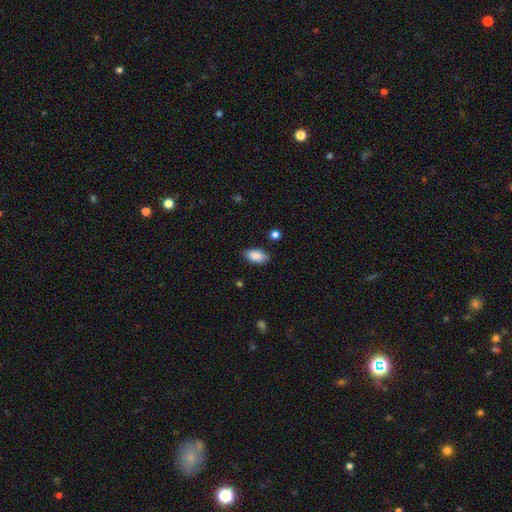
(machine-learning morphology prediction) A smooth galaxy with no disk features (88%) that is in between round and cigar-shaped (92%). Merging: none (80%).